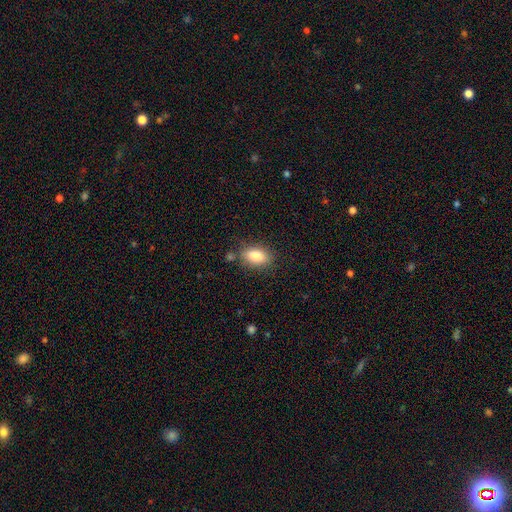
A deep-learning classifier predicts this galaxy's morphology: Smooth or featured?
  - smooth: 85% *
  - star or artifact: 8%
  - featured or disk: 7%
How rounded?
  - in between: 89% *
  - round: 7%
  - cigar-shaped: 4%
Merging?
  - none: 77% *
  - minor disturbance: 14%
  - merger: 5%
  - major disturbance: 4%